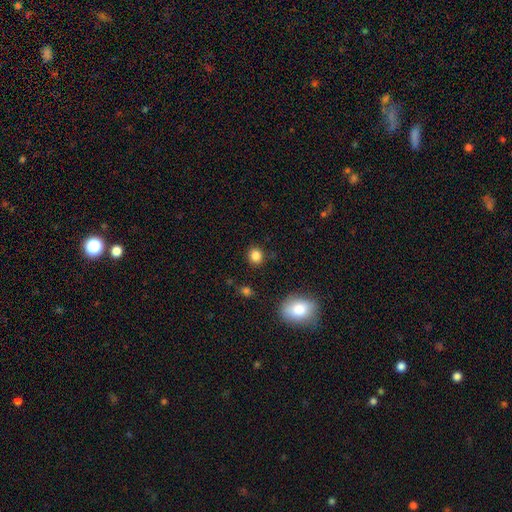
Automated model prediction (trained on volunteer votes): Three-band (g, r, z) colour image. It shows a smooth galaxy with no disk features (84%) that is round (80%). Merging: none (87%).